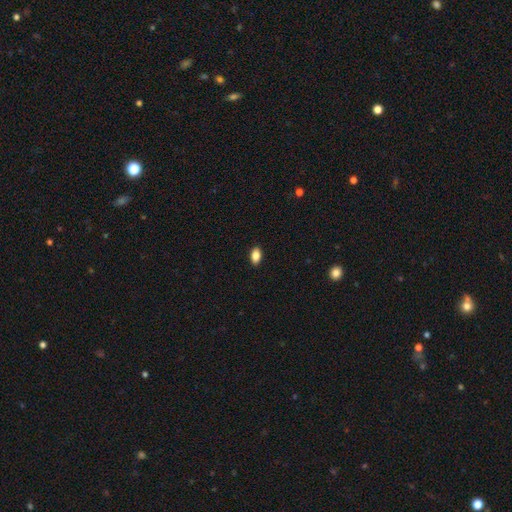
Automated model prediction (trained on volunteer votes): Smooth or featured: smooth — 87% (star or artifact — 8%)
How rounded: in between — 91% (round — 7%)
Merging: none — 90% (minor disturbance — 8%)